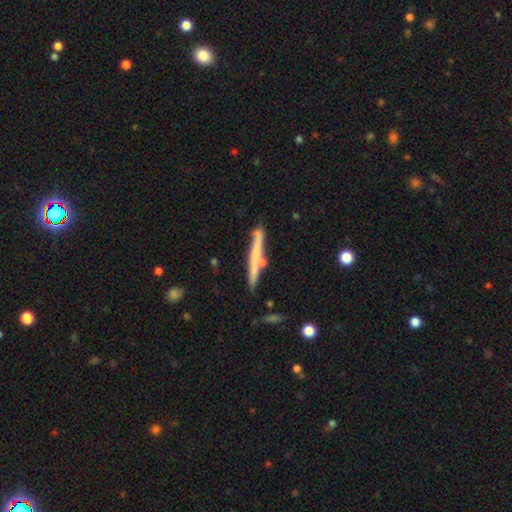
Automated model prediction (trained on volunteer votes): smooth 47%, featured or disk 46%, star or artifact 7%. Down the decision tree: merging — none (78%).